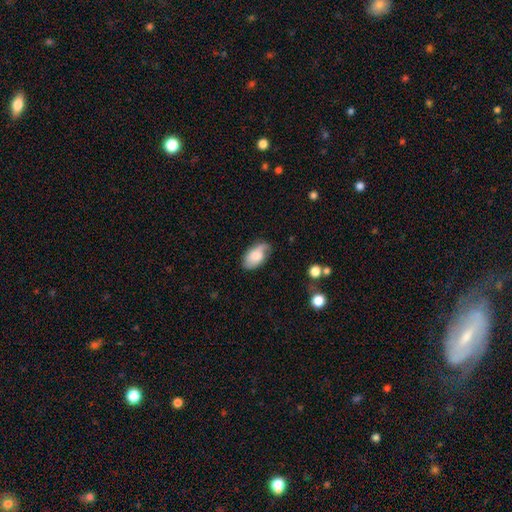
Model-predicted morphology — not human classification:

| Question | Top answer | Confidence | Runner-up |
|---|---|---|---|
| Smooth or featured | smooth | 62% | featured or disk (31%) |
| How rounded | in between | 94% | round (4%) |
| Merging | none | 59% | minor disturbance (29%) |